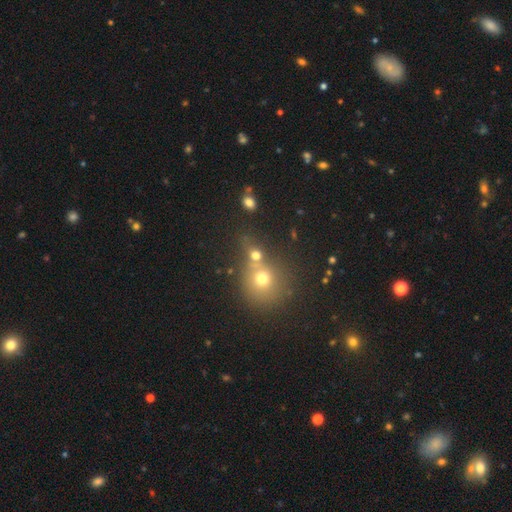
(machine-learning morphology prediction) Overall: smooth (65%). How rounded: round (70%). Merging: none (46%; merger 40%).